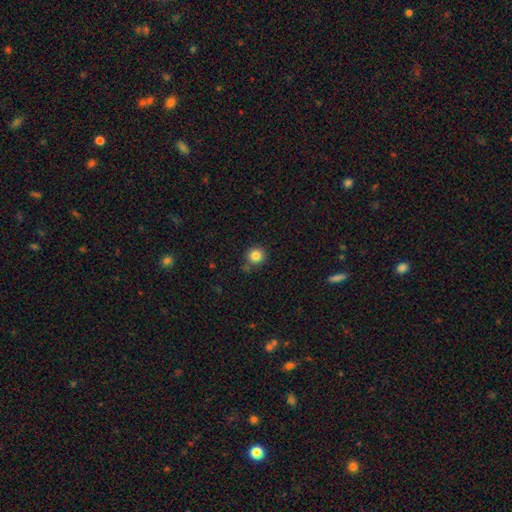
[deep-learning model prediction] This is clearly a smooth galaxy (84%). How rounded: clearly round (93%). Merging: clearly none (81%).